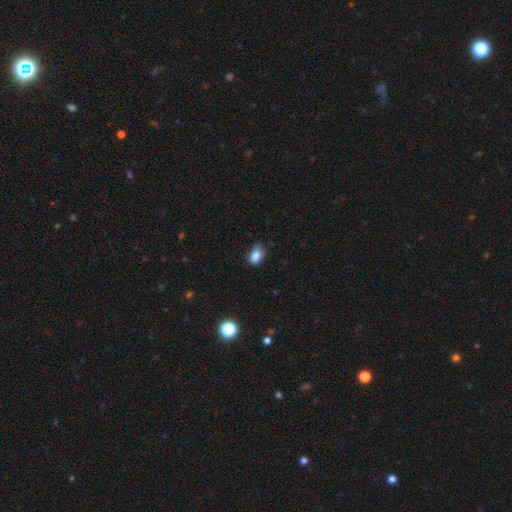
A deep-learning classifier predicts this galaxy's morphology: Smooth or featured? Predicted: smooth (p=0.83). How rounded? Predicted: in between (p=0.77). Merging? Predicted: none (p=0.52).